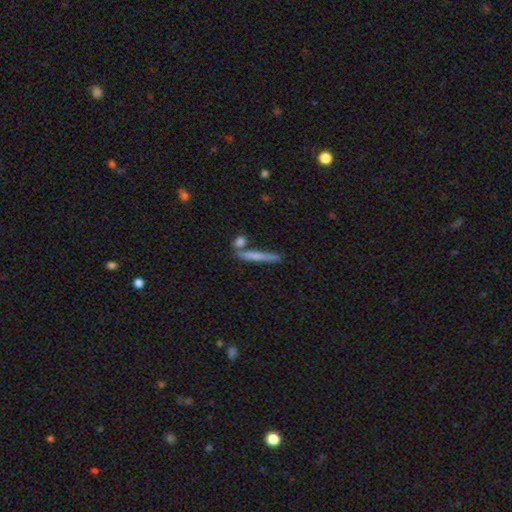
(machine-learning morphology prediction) Smooth or featured? Predicted: smooth (p=0.59). How rounded? Predicted: cigar-shaped (p=0.93). Merging? Predicted: none (p=0.77).